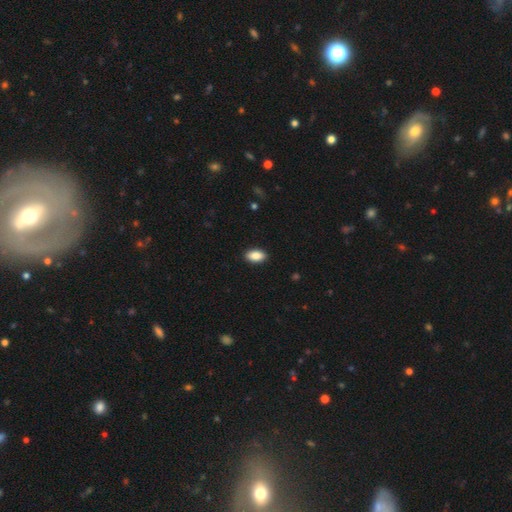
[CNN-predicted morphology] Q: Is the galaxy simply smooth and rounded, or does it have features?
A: smooth — 88%.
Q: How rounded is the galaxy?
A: in between — 93%.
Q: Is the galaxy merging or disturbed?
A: none — 90%.